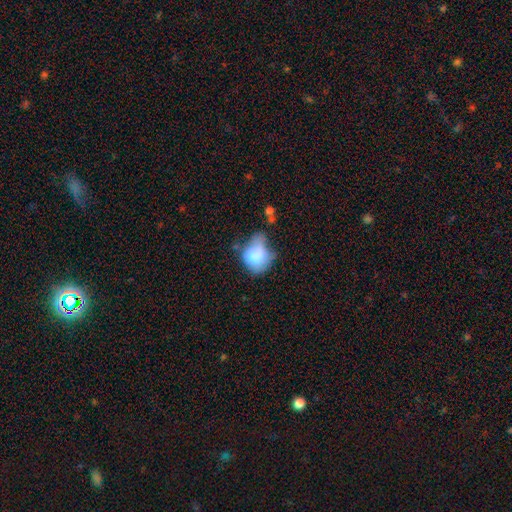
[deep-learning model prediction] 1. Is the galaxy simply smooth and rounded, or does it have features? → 74% smooth, 17% featured or disk, 9% star or artifact.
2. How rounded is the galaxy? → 53% in between, 46% round, 1% cigar-shaped.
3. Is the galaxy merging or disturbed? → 35% minor disturbance, 26% major disturbance, 22% none, 17% merger.